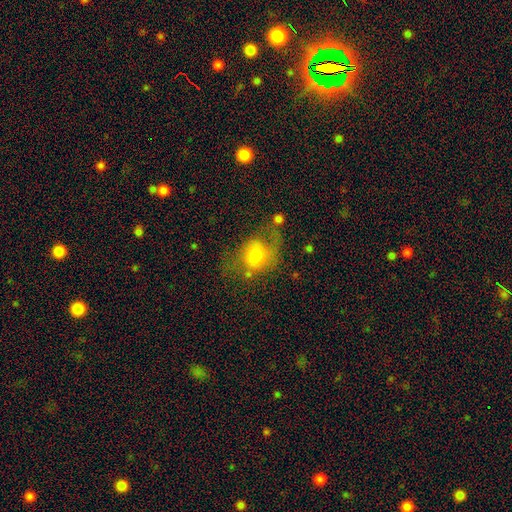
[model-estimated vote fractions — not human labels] Smooth or featured: smooth — 59% (featured or disk — 30%)
How rounded: round — 52% (in between — 46%)
Merging: none — 42% (minor disturbance — 26%)